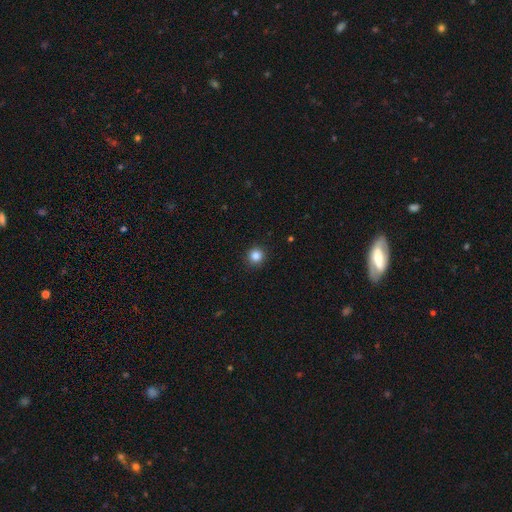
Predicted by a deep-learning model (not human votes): A smooth galaxy with no disk features (85%) that is round (94%).

Vote fractions:
- Smooth or featured? smooth: 85% / star or artifact: 11% / featured or disk: 4%
- How rounded? round: 94% / in between: 5% / cigar-shaped: 1%
- Merging? none: 92% / minor disturbance: 5% / major disturbance: 2% / merger: 1%